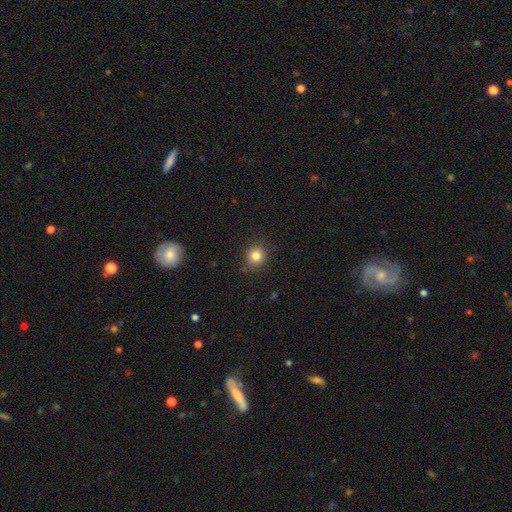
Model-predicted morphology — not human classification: Smooth or featured?
  - smooth: 82% *
  - star or artifact: 12%
  - featured or disk: 6%
How rounded?
  - round: 88% *
  - in between: 11%
  - cigar-shaped: 1%
Merging?
  - none: 89% *
  - minor disturbance: 7%
  - major disturbance: 2%
  - merger: 1%